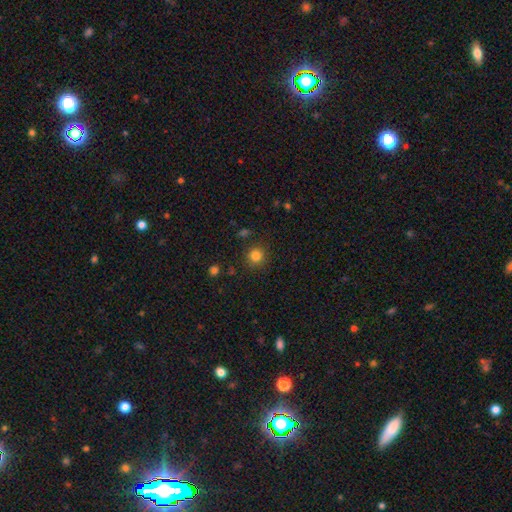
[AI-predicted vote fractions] Smooth or featured?
  - smooth: 82% *
  - star or artifact: 13%
  - featured or disk: 5%
How rounded?
  - round: 92% *
  - in between: 7%
  - cigar-shaped: 1%
Merging?
  - none: 87% *
  - minor disturbance: 8%
  - major disturbance: 3%
  - merger: 2%